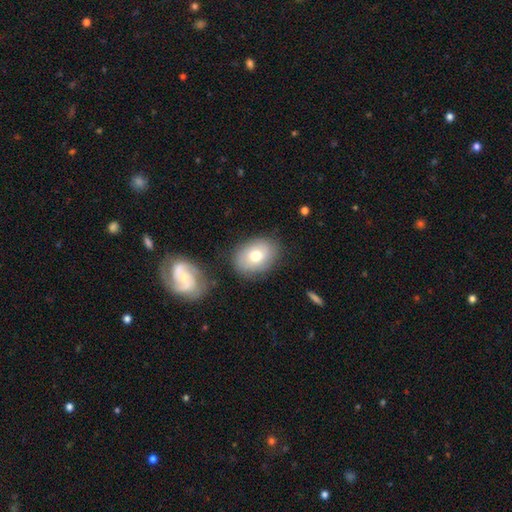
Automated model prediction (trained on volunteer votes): Smooth or featured: smooth — 66% (featured or disk — 25%)
How rounded: in between — 71% (round — 28%)
Merging: none — 79% (minor disturbance — 13%)